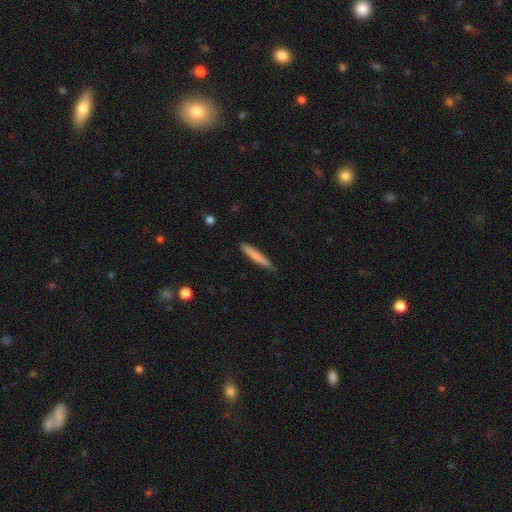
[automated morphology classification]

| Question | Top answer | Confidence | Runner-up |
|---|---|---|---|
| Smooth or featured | smooth | 77% | featured or disk (18%) |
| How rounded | cigar-shaped | 95% | in between (4%) |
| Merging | none | 83% | minor disturbance (14%) |